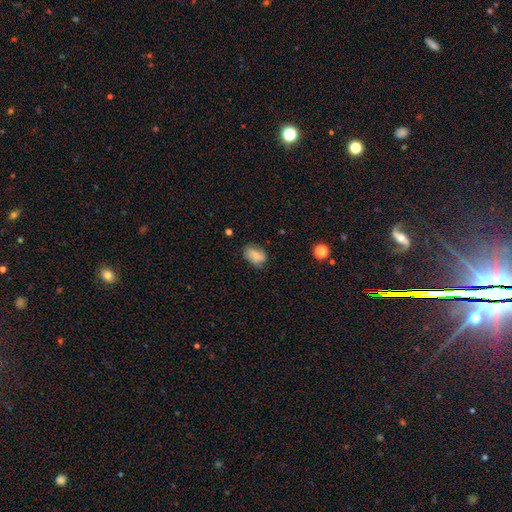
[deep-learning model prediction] Smooth or featured: smooth — 67% (featured or disk — 25%)
How rounded: in between — 81% (round — 18%)
Merging: none — 69% (minor disturbance — 25%)